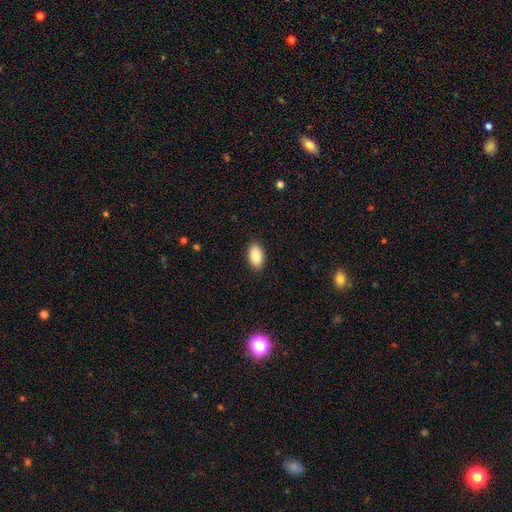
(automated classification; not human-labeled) Smooth or featured?
  - smooth: 89% *
  - star or artifact: 7%
  - featured or disk: 4%
How rounded?
  - in between: 95% *
  - round: 4%
  - cigar-shaped: 2%
Merging?
  - none: 89% *
  - minor disturbance: 8%
  - major disturbance: 2%
  - merger: 1%